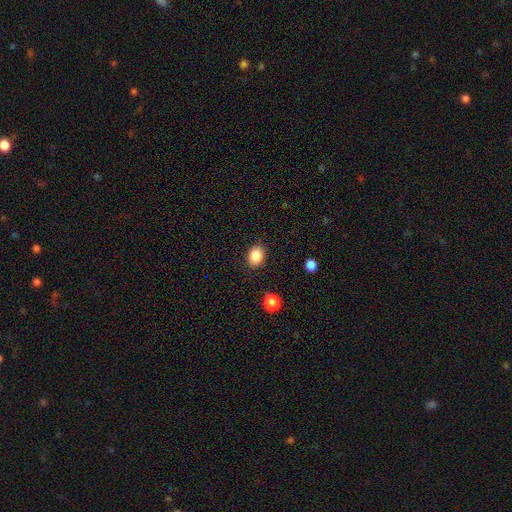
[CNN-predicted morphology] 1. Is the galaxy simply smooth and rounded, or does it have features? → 86% smooth, 10% star or artifact, 4% featured or disk.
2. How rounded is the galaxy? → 56% in between, 43% round, 1% cigar-shaped.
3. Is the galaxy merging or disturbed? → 86% none, 9% minor disturbance, 3% major disturbance, 2% merger.